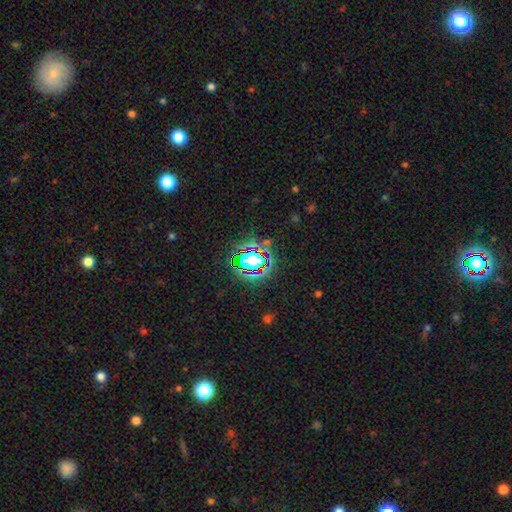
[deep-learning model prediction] star or artifact 66%, smooth 21%, featured or disk 13%.